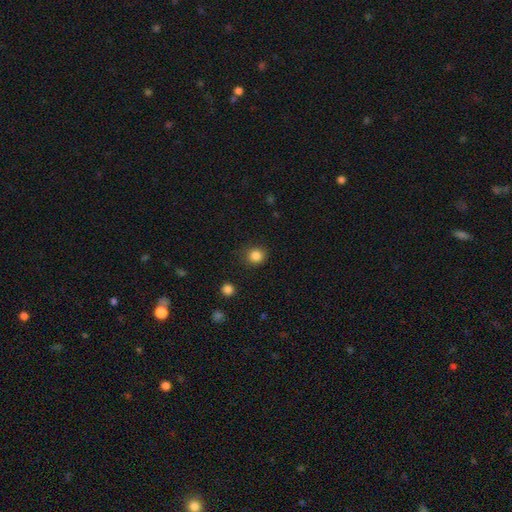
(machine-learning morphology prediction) Smooth or featured? Predicted: smooth (p=0.85). How rounded? Predicted: round (p=0.88). Merging? Predicted: none (p=0.86).